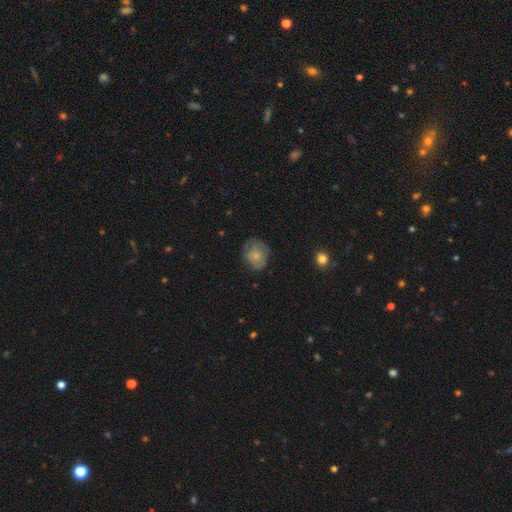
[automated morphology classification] Q: Smooth or featured?
A: smooth (59%); runner-up: featured or disk (33%)
Q: How rounded?
A: round (62%); runner-up: in between (37%)
Q: Merging?
A: none (58%); runner-up: minor disturbance (28%)